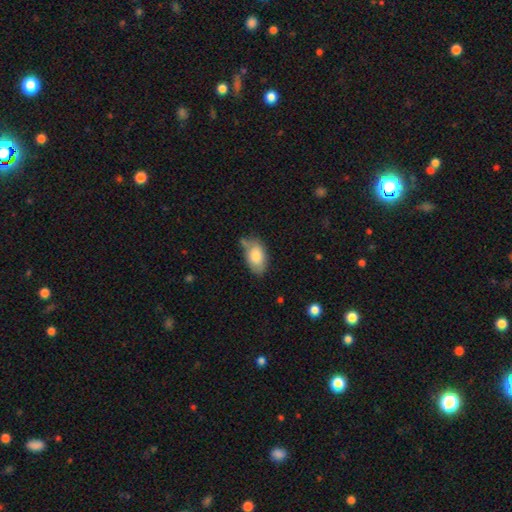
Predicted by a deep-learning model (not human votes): Smooth or featured: smooth — 82% (featured or disk — 12%)
How rounded: in between — 93% (round — 5%)
Merging: none — 59% (minor disturbance — 27%)